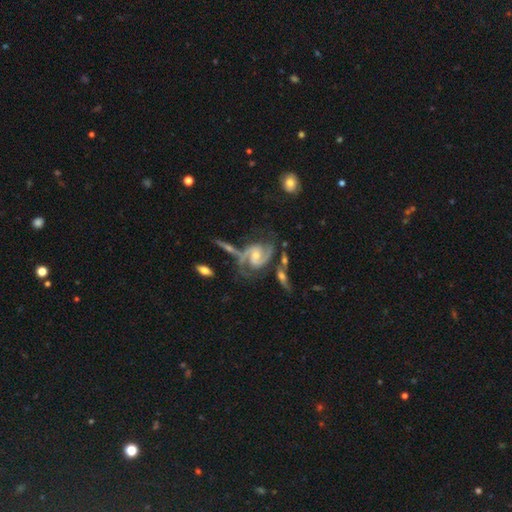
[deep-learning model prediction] Smooth or featured? featured or disk (90%)
Edge-on disk? no (96%)
Bar? weak (44%, tied with no)
Spiral arms? yes (97%)
Spiral winding? medium (54%)
Spiral arm count? 2 (86%)
Bulge size? moderate (46%)
Merging? none (47%)